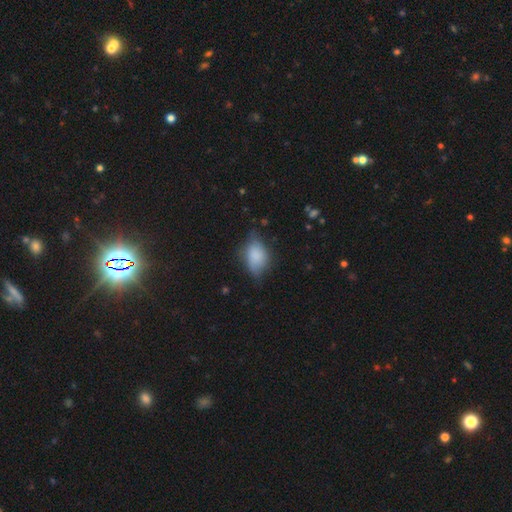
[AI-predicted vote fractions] The model was most divided on "merging": none: 51%, minor disturbance: 36%, major disturbance: 11%, merger: 2%. More confident: how rounded — in between (81%); smooth or featured — smooth (79%).